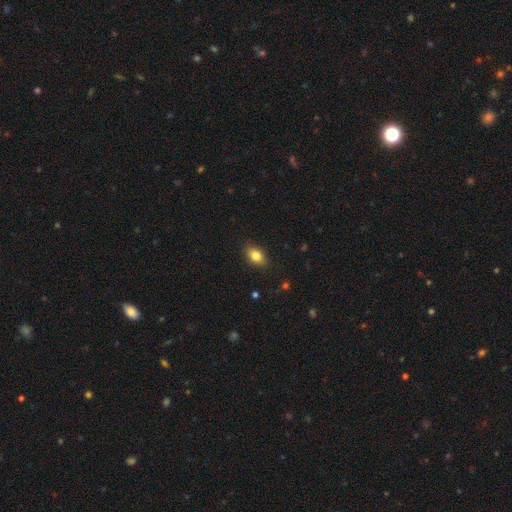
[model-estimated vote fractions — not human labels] Smooth or featured? Predicted: smooth (p=0.83). How rounded? Predicted: in between (p=0.83). Merging? Predicted: none (p=0.87).